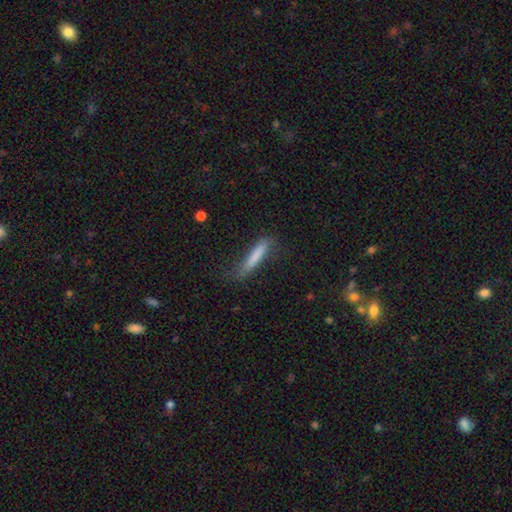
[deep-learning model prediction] smooth 76%, featured or disk 17%, star or artifact 7%. Down the decision tree: how rounded — cigar-shaped (91%); merging — none (65%).